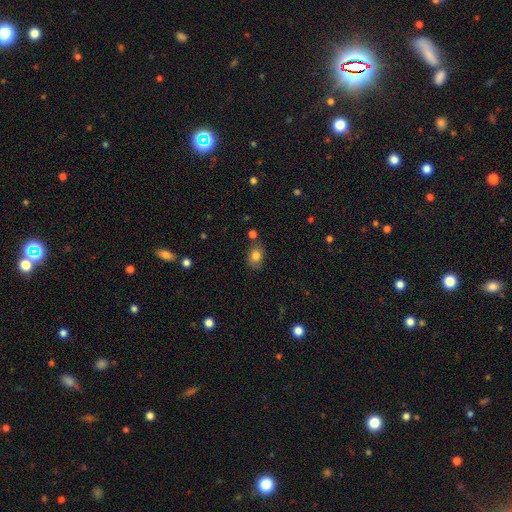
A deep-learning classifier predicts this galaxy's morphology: A smooth galaxy with no disk features (81%) that is in between round and cigar-shaped (66%). Merging: none (73%).